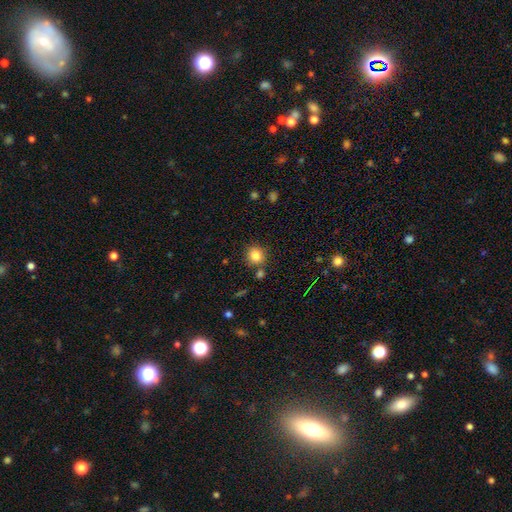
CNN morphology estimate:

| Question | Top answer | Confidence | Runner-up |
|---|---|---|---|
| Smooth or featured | smooth | 83% | star or artifact (11%) |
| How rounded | round | 88% | in between (11%) |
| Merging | none | 81% | minor disturbance (9%) |